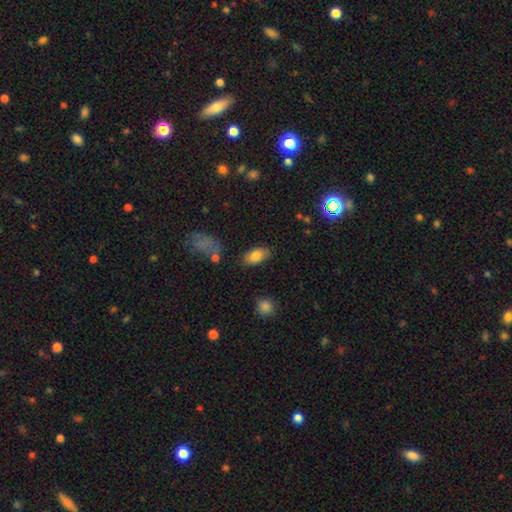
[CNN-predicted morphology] Smooth or featured?
  - smooth: 82% *
  - featured or disk: 10%
  - star or artifact: 8%
How rounded?
  - in between: 92% *
  - round: 5%
  - cigar-shaped: 3%
Merging?
  - none: 81% *
  - minor disturbance: 12%
  - merger: 3%
  - major disturbance: 3%